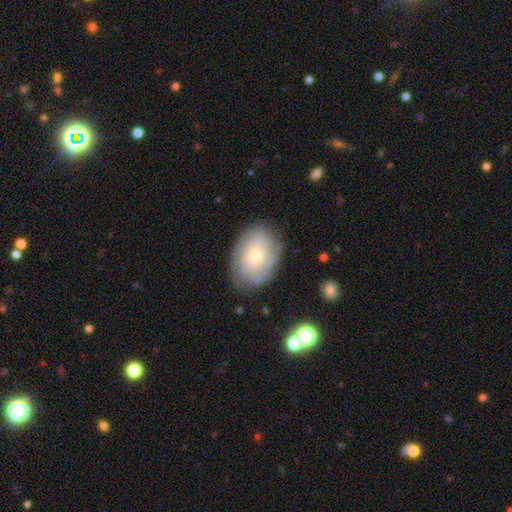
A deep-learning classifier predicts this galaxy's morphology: Smooth or featured?
  - featured or disk: 61% *
  - smooth: 32%
  - star or artifact: 7%
Edge-on disk?
  - no: 95% *
  - yes: 5%
Bar?
  - no: 80% *
  - weak: 17%
  - strong: 3%
Spiral arms?
  - yes: 75% *
  - no: 25%
Bulge size?
  - small: 49% *
  - moderate: 46%
  - large: 3%
  - none: 1%
  - dominant: 1%
Merging?
  - none: 78% *
  - minor disturbance: 16%
  - major disturbance: 5%
  - merger: 1%